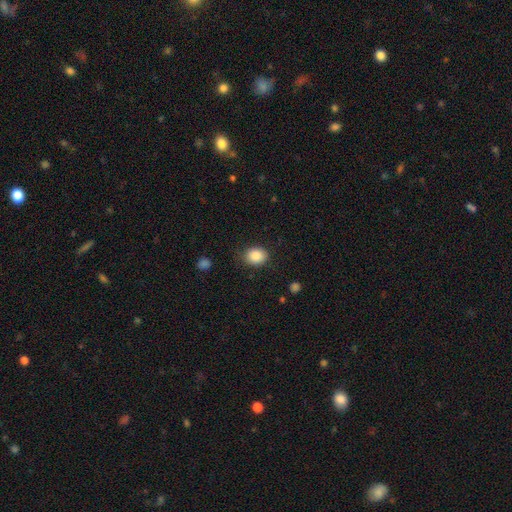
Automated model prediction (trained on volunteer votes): Smooth or featured?
  - smooth: 87% *
  - star or artifact: 9%
  - featured or disk: 4%
How rounded?
  - in between: 50% *
  - round: 49%
  - cigar-shaped: 1%
Merging?
  - none: 81% *
  - minor disturbance: 14%
  - major disturbance: 4%
  - merger: 1%